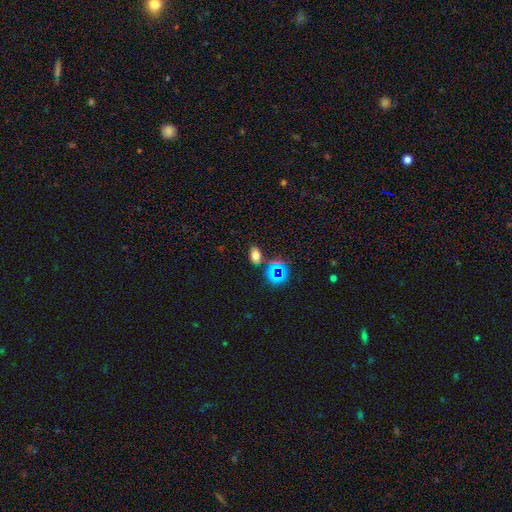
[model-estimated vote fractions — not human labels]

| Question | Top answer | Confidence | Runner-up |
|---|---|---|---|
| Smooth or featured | smooth | 67% | star or artifact (24%) |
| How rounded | in between | 82% | round (16%) |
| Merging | none | 79% | minor disturbance (10%) |